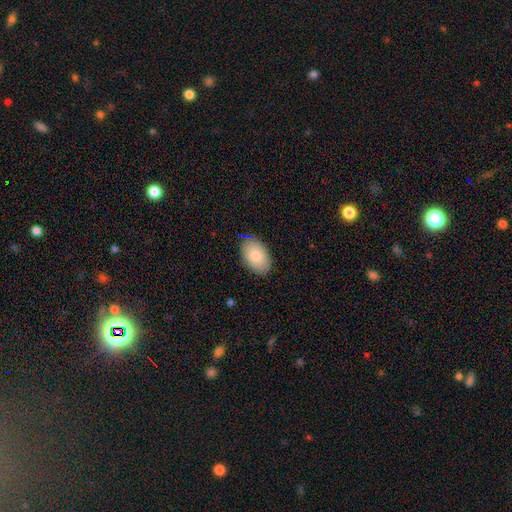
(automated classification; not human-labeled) smooth-or-featured: smooth: 83% | featured or disk: 10% | star or artifact: 6%
  how-rounded: in between: 92% | round: 7% | cigar-shaped: 1%
  merging: none: 82% | minor disturbance: 14% | major disturbance: 3% | merger: 1%